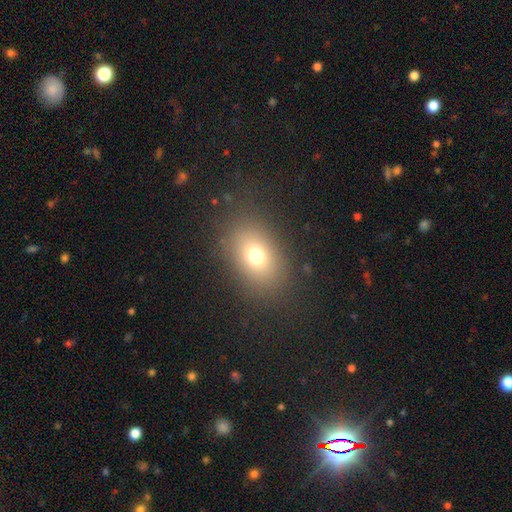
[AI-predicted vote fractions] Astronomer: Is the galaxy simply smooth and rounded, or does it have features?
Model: smooth — 72%.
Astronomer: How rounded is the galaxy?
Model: in between — 71%.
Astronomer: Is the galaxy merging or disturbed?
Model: none — 84%.